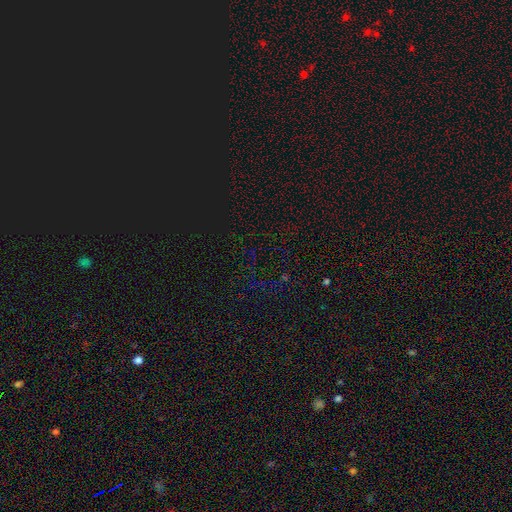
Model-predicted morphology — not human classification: This appears to be a star or artifact, not a galaxy (75%).